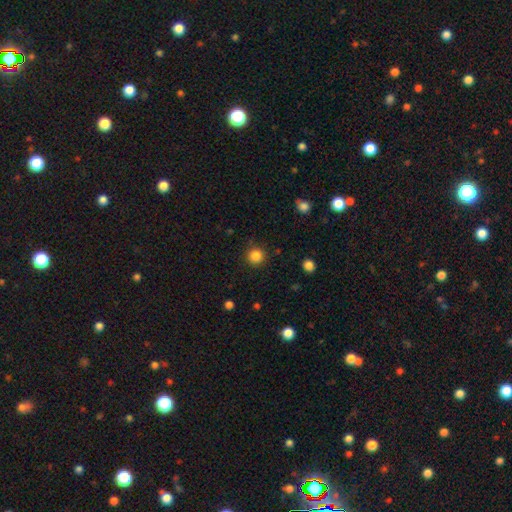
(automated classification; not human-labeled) smooth-or-featured: smooth: 84% | star or artifact: 12% | featured or disk: 4%
  how-rounded: round: 95% | in between: 4% | cigar-shaped: 1%
  merging: none: 89% | minor disturbance: 7% | major disturbance: 2% | merger: 1%